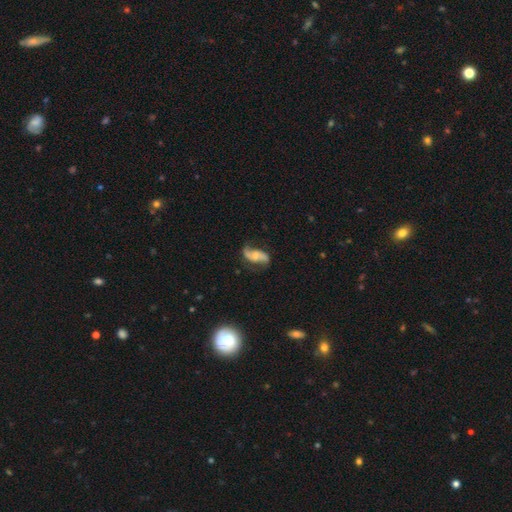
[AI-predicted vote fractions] Smooth or featured: featured or disk — 75% (smooth — 19%)
Edge-on disk: no — 96% (yes — 4%)
Bar: no — 57% (weak — 30%)
Spiral arms: yes — 94% (no — 6%)
Spiral winding: loose — 67% (medium — 24%)
Spiral arm count: 2 — 90% (1 — 4%)
Bulge size: small — 48% (moderate — 32%)
Merging: none — 66% (minor disturbance — 21%)